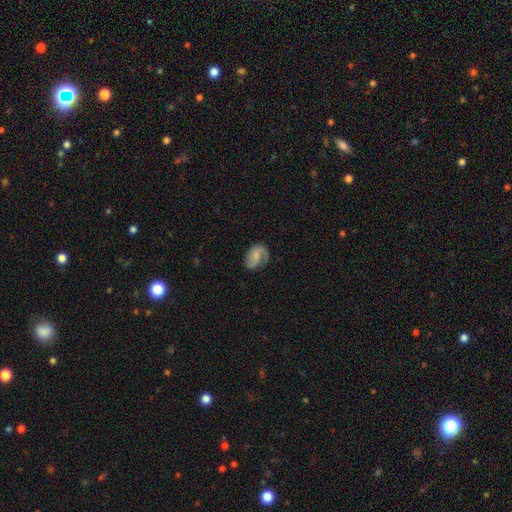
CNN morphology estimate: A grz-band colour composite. It shows a featured or disk galaxy (54%) with no bar (63%), spiral arms (90%) and a small central bulge (44%). Merging: none (61%).